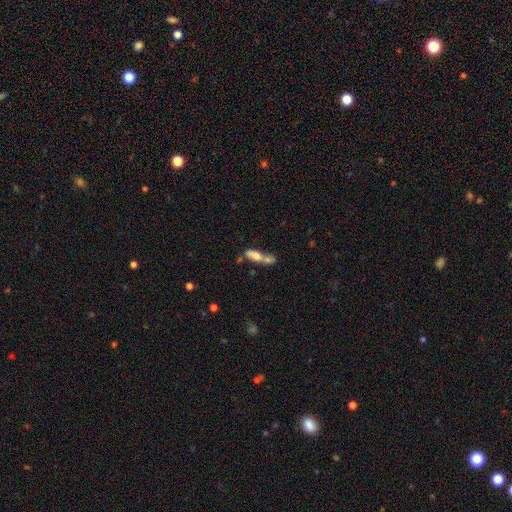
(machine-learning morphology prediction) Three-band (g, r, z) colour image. It shows a smooth galaxy with no disk features (62%) that is in between round and cigar-shaped (59%). Merging: merger (60%).